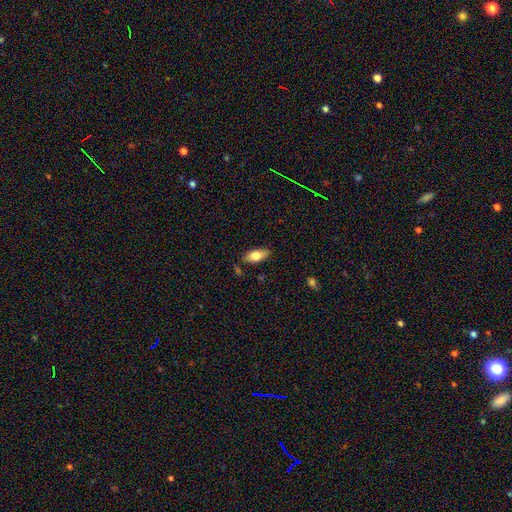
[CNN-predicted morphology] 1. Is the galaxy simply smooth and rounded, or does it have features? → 74% smooth, 19% featured or disk, 7% star or artifact.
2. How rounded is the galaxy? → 85% in between, 12% cigar-shaped, 3% round.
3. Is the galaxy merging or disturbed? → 80% none, 14% minor disturbance, 3% merger, 3% major disturbance.